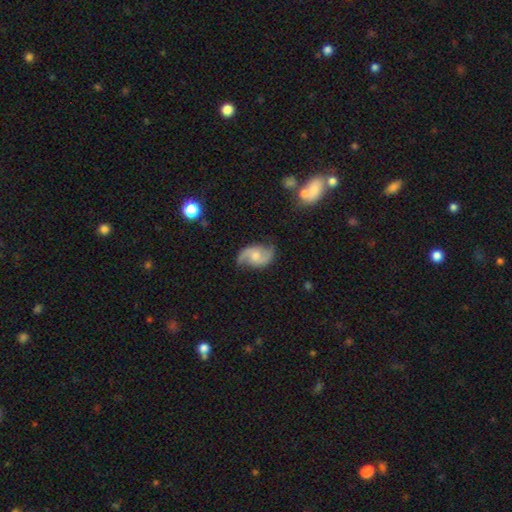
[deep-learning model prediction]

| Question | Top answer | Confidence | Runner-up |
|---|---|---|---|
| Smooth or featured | featured or disk | 84% | smooth (11%) |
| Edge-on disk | no | 98% | yes (2%) |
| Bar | no | 53% | weak (40%) |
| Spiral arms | yes | 96% | no (4%) |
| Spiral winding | loose | 53% | medium (37%) |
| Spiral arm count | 2 | 93% | can't tell (3%) |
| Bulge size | moderate | 52% | small (37%) |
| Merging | none | 77% | minor disturbance (17%) |